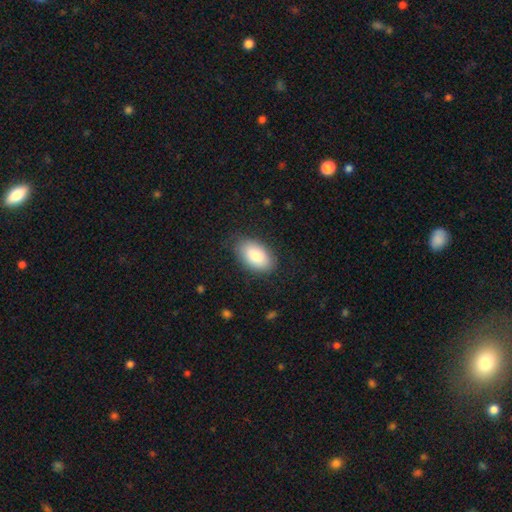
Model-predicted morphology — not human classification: Smooth or featured? smooth (84%)
How rounded? in between (94%)
Merging? none (82%)